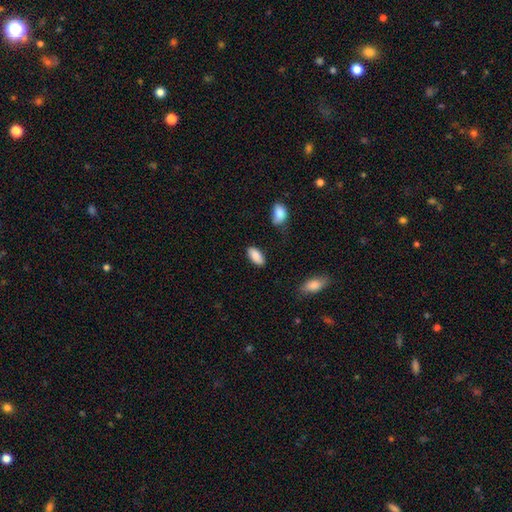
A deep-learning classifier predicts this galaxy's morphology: A smooth galaxy with no disk features (87%) that is in between round and cigar-shaped (91%).

Vote fractions:
- Smooth or featured? smooth: 87% / featured or disk: 7% / star or artifact: 6%
- How rounded? in between: 91% / cigar-shaped: 7% / round: 2%
- Merging? none: 84% / minor disturbance: 11% / major disturbance: 3% / merger: 2%